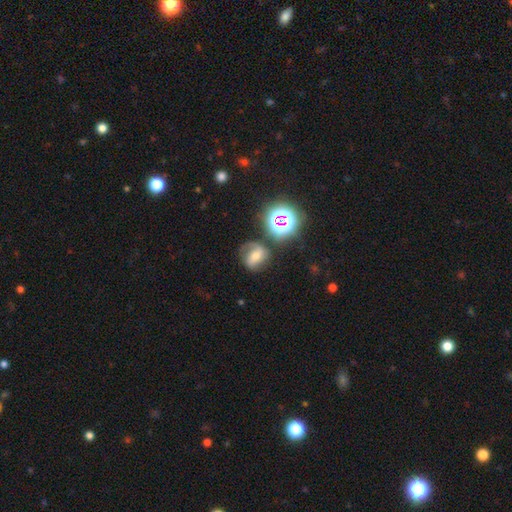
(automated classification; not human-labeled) Q: Smooth or featured?
A: featured or disk (51%); runner-up: smooth (28%)
Q: Edge-on disk?
A: no (96%); runner-up: yes (4%)
Q: Merging?
A: none (60%); runner-up: minor disturbance (21%)